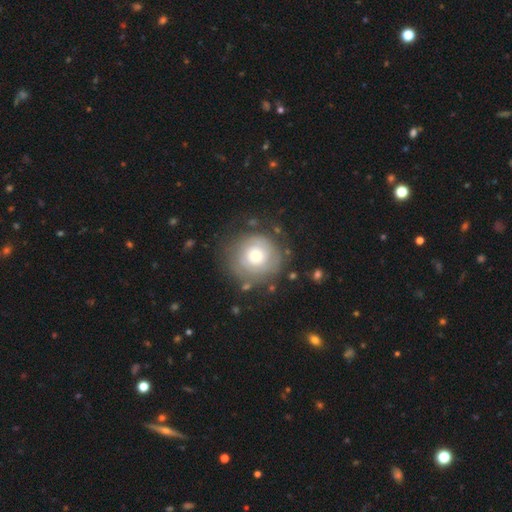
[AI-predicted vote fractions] Smooth or featured: featured or disk — 53% (smooth — 39%)
Edge-on disk: no — 97% (yes — 3%)
Bar: no — 87% (weak — 10%)
Spiral arms: yes — 64% (no — 36%)
Bulge size: moderate — 56% (small — 35%)
Merging: none — 73% (minor disturbance — 15%)